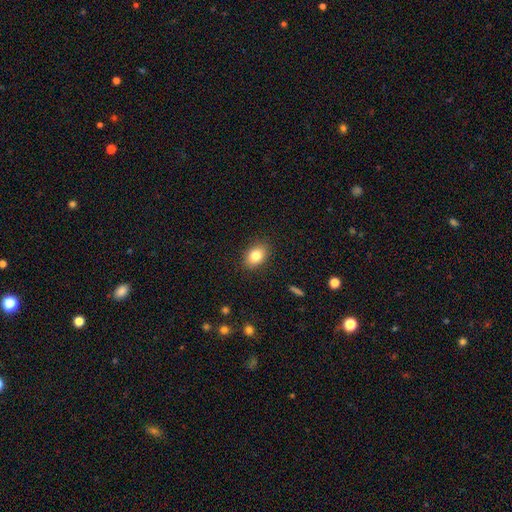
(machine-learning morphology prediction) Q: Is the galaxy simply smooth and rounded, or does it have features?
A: smooth — 83%.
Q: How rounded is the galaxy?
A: in between — 81%.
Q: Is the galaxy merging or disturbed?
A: none — 88%.